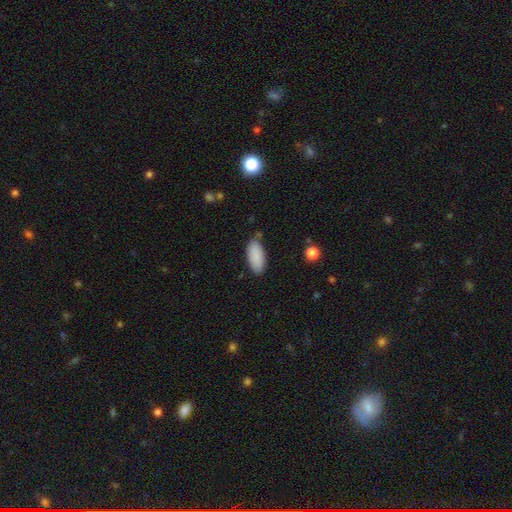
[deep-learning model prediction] A smooth galaxy with no disk features (89%) that is in between round and cigar-shaped (88%). Merging: none (78%).